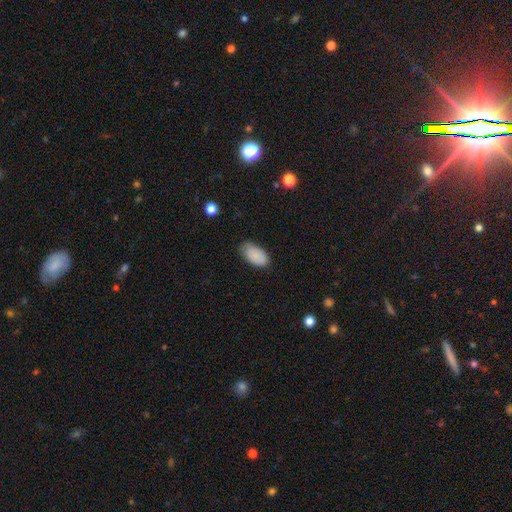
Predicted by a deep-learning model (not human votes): A smooth galaxy with no disk features (87%) that is in between round and cigar-shaped (95%).

Vote fractions:
- Smooth or featured? smooth: 87% / star or artifact: 7% / featured or disk: 6%
- How rounded? in between: 95% / round: 3% / cigar-shaped: 2%
- Merging? none: 70% / minor disturbance: 25% / major disturbance: 4% / merger: 1%